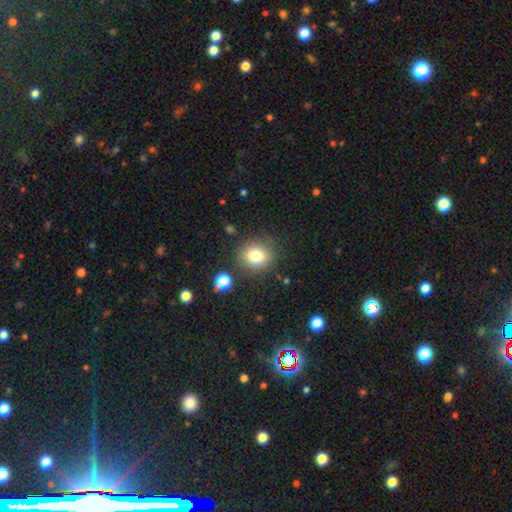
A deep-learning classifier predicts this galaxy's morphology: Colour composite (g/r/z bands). It shows a smooth galaxy with no disk features (78%) that is round (79%). Merging: none (84%).